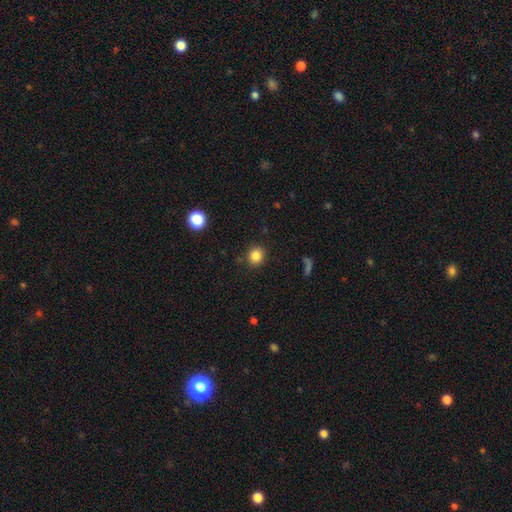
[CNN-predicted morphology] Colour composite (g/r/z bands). It shows a smooth galaxy with no disk features (84%) that is round (84%). Merging: none (87%).